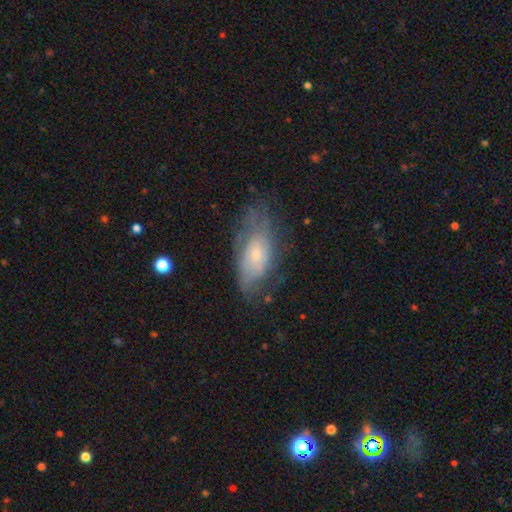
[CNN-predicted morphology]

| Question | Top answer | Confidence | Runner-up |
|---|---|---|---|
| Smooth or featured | featured or disk | 50% | smooth (42%) |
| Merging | none | 52% | minor disturbance (28%) |